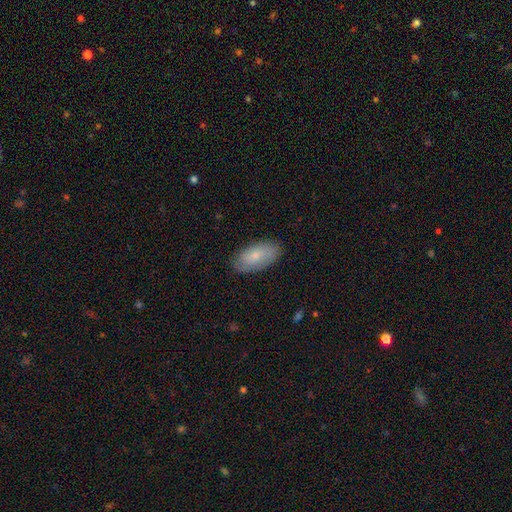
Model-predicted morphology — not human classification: Smooth or featured? smooth (72%)
How rounded? in between (94%)
Merging? none (83%)